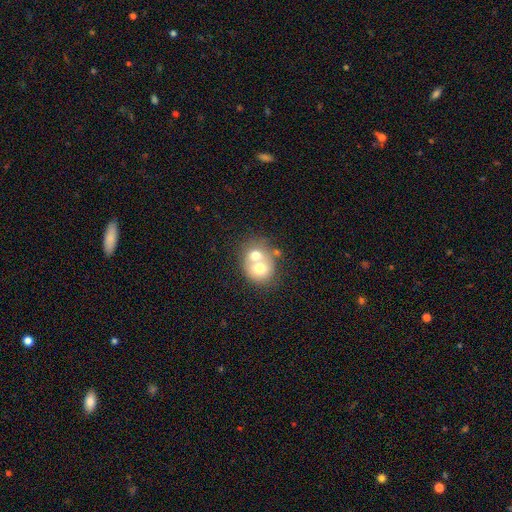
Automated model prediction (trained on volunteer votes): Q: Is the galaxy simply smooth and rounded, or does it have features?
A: smooth — 63%.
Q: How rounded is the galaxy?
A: round — 69%.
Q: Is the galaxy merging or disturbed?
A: merger — 68%.